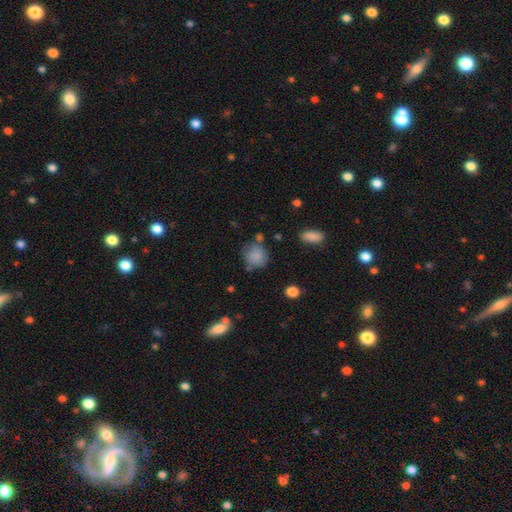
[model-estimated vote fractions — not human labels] Smooth or featured? Predicted: smooth (p=0.82). How rounded? Predicted: round (p=0.80). Merging? Predicted: none (p=0.68).